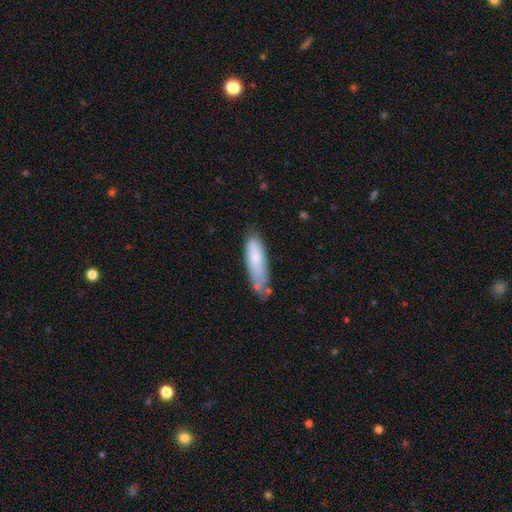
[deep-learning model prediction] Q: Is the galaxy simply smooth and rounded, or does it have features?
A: smooth — 77%.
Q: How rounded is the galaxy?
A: cigar-shaped — 59%.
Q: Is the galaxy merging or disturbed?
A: none — 54%.